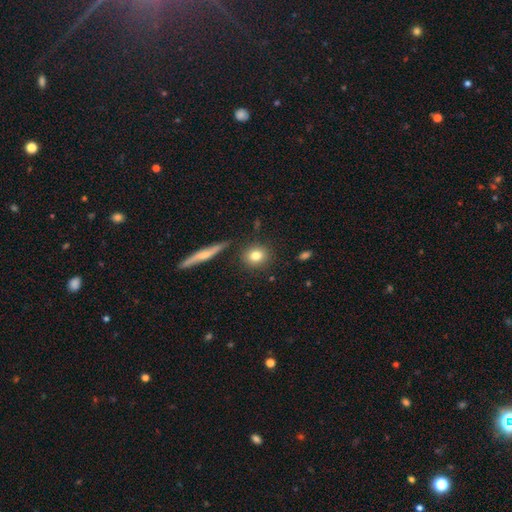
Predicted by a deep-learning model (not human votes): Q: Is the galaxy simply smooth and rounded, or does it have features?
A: smooth — 79%.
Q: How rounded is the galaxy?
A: round — 81%.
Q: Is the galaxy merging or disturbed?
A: none — 85%.